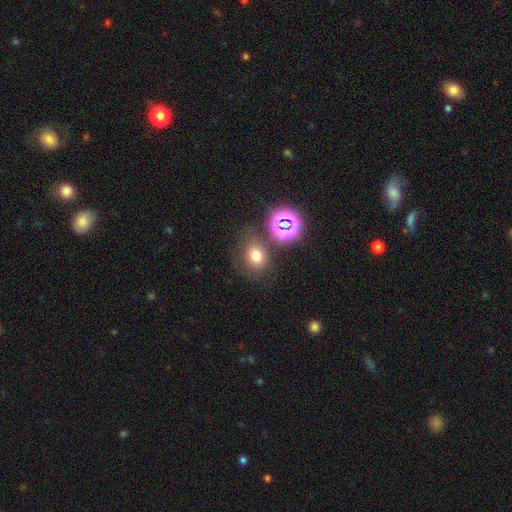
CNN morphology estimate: Overall: smooth (68%). How rounded: round (62%; in between 37%). Merging: none (70%).